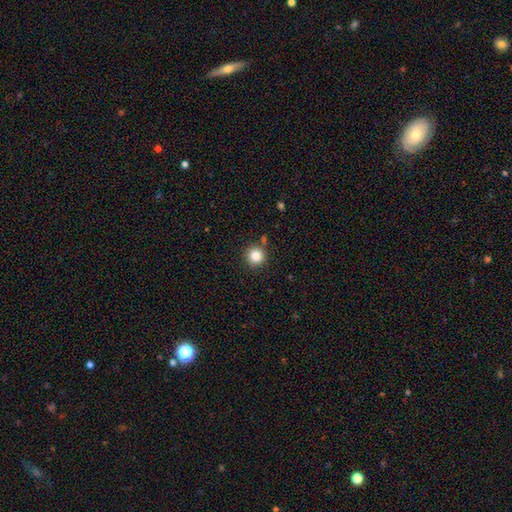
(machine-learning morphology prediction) type=smooth (85%); roundness=round (95%); merging=none (85%).